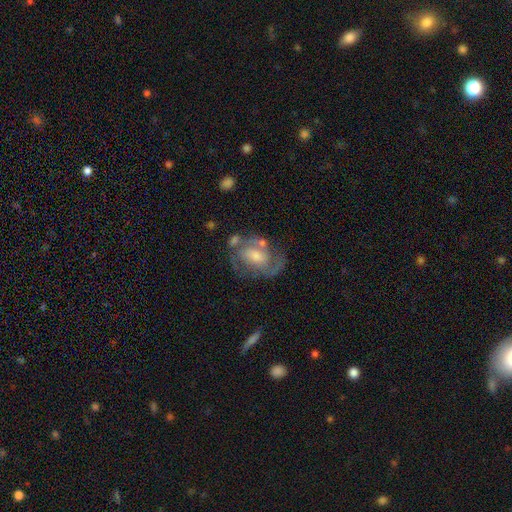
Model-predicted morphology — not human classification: Q: Smooth or featured?
A: featured or disk (75%); runner-up: smooth (18%)
Q: Edge-on disk?
A: no (96%); runner-up: yes (4%)
Q: Bar?
A: no (50%); runner-up: weak (39%)
Q: Spiral arms?
A: yes (83%); runner-up: no (17%)
Q: Spiral winding?
A: medium (46%); runner-up: tight (38%)
Q: Spiral arm count?
A: 2 (60%); runner-up: can't tell (21%)
Q: Bulge size?
A: moderate (49%); runner-up: small (29%)
Q: Merging?
A: none (57%); runner-up: minor disturbance (20%)